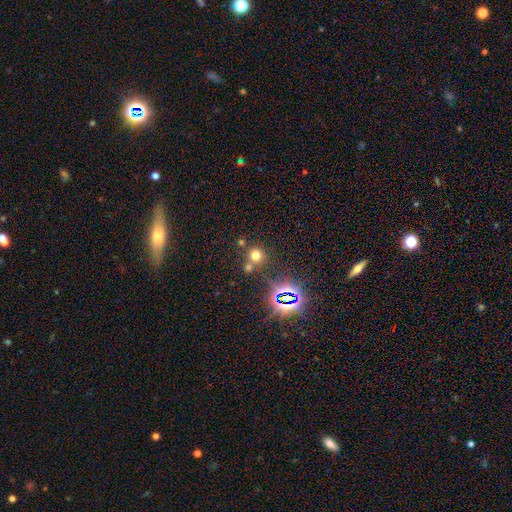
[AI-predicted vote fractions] Overall: smooth (62%; star or artifact 29%). How rounded: round (91%). Merging: none (63%; merger 25%).